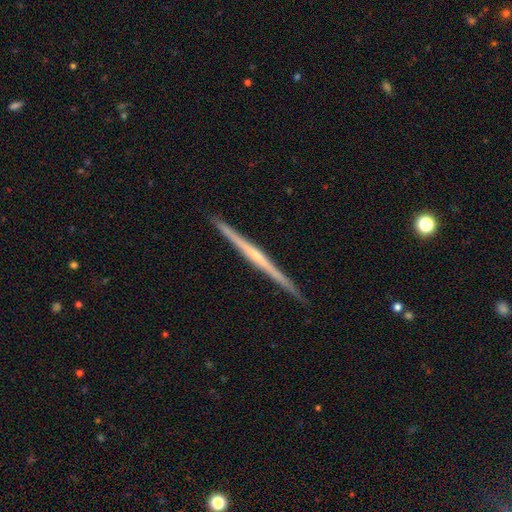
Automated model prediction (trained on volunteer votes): smooth_or_featured: featured or disk (p=0.79) [alt: smooth p=0.17]
disk_edge_on: yes (p=0.99) [alt: no p=0.01]
edge_on_bulge: none (p=0.50) [alt: rounded p=0.41]
merging: none (p=0.92) [alt: minor disturbance p=0.06]